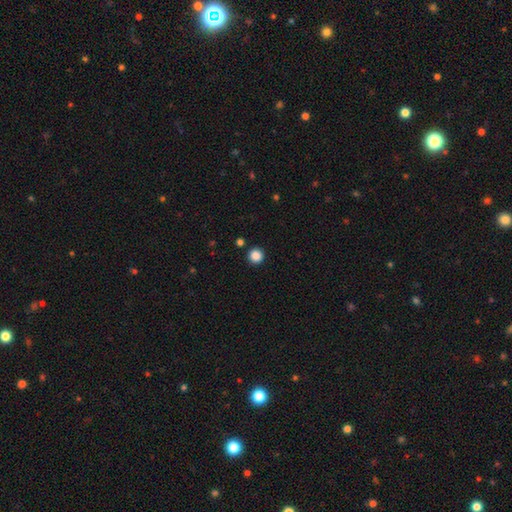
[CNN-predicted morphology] The model was most divided on "smooth or featured": smooth: 87%, star or artifact: 11%, featured or disk: 3%. More confident: how rounded — round (95%); merging — none (92%).